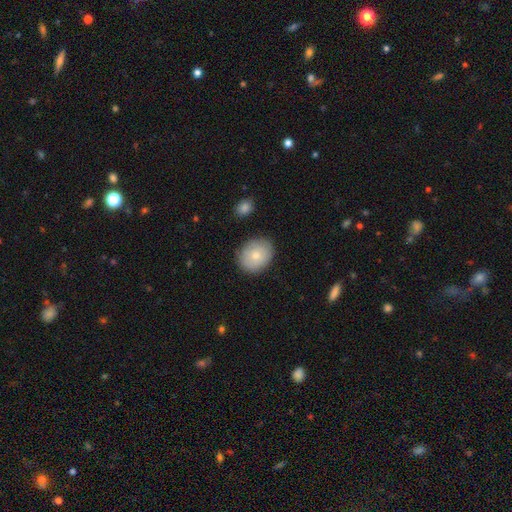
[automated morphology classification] A smooth galaxy with no disk features (75%) that is in between round and cigar-shaped (50%).

Vote fractions:
- Smooth or featured? smooth: 75% / featured or disk: 18% / star or artifact: 7%
- How rounded? in between: 50% / round: 49% / cigar-shaped: 1%
- Merging? none: 82% / minor disturbance: 13% / major disturbance: 3% / merger: 2%